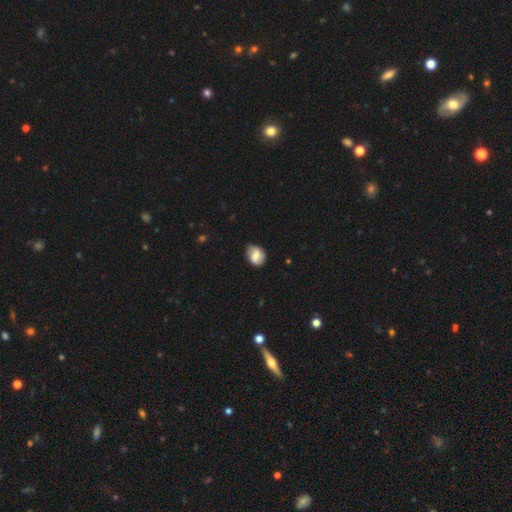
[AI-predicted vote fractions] Smooth or featured?
  - smooth: 57% *
  - featured or disk: 36%
  - star or artifact: 8%
How rounded?
  - in between: 67% *
  - round: 31%
  - cigar-shaped: 1%
Merging?
  - none: 68% *
  - minor disturbance: 25%
  - major disturbance: 5%
  - merger: 2%